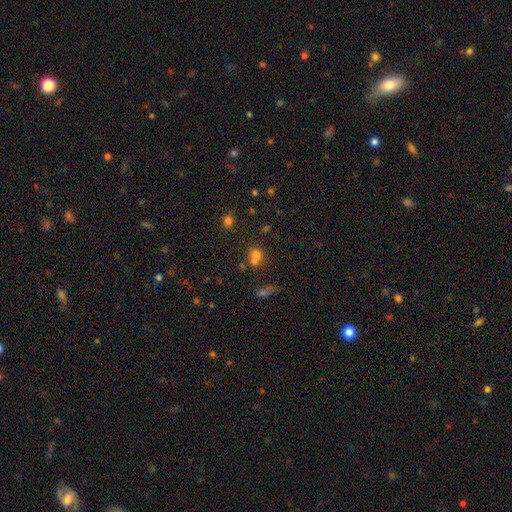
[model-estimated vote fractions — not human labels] Smooth or featured: smooth — 70% (star or artifact — 18%)
How rounded: round — 66% (in between — 33%)
Merging: merger — 44% (none — 39%)